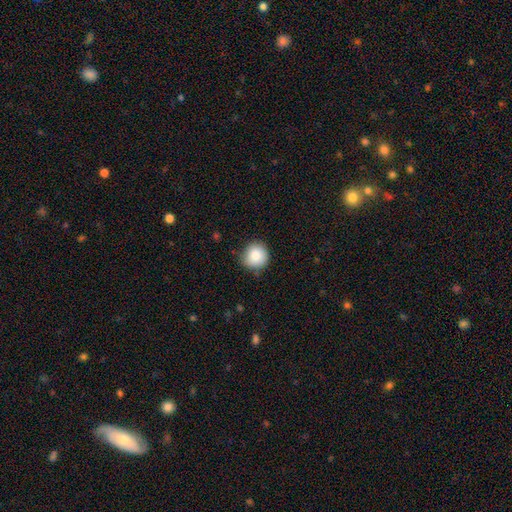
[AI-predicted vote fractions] Smooth or featured? smooth (86%)
How rounded? round (91%)
Merging? none (80%)